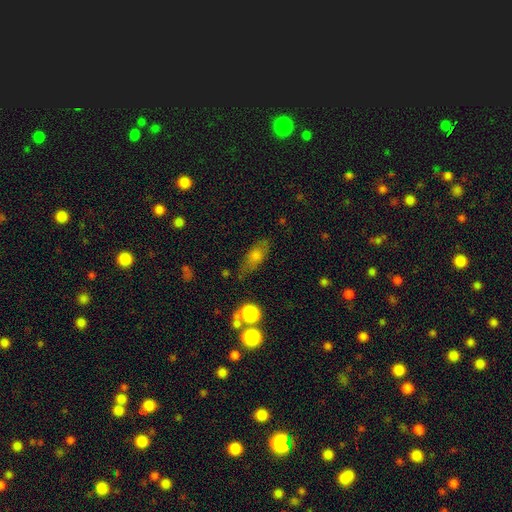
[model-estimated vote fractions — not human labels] smooth_or_featured: smooth (p=0.65) [alt: featured or disk p=0.25]
how_rounded: in between (p=0.68) [alt: cigar-shaped p=0.23]
merging: none (p=0.67) [alt: minor disturbance p=0.19]